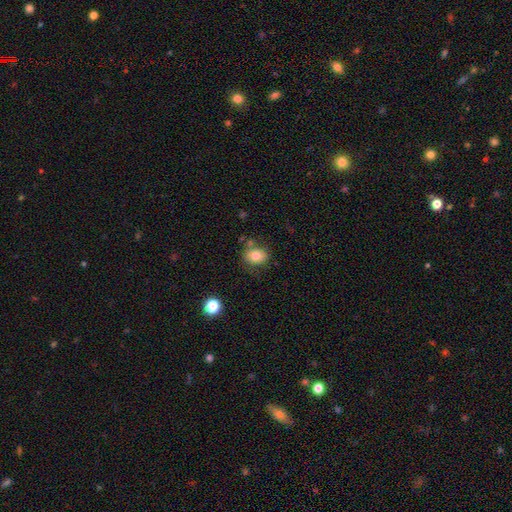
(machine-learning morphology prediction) The model was most divided on "how rounded": round: 56%, in between: 43%, cigar-shaped: 1%. More confident: smooth or featured — smooth (79%); merging — none (72%).